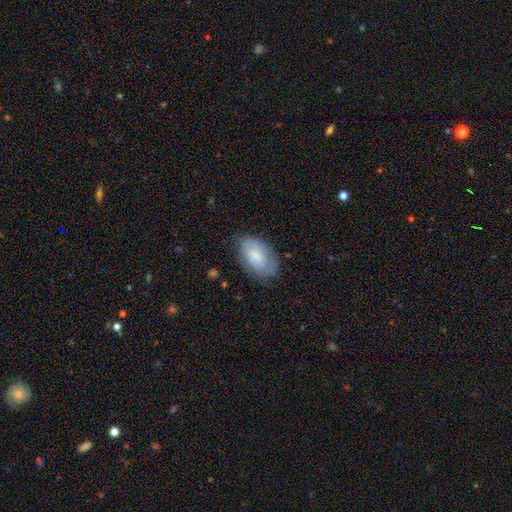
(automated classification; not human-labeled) Morphology: type=smooth (63%); roundness=in between (93%); merging=none (71%).